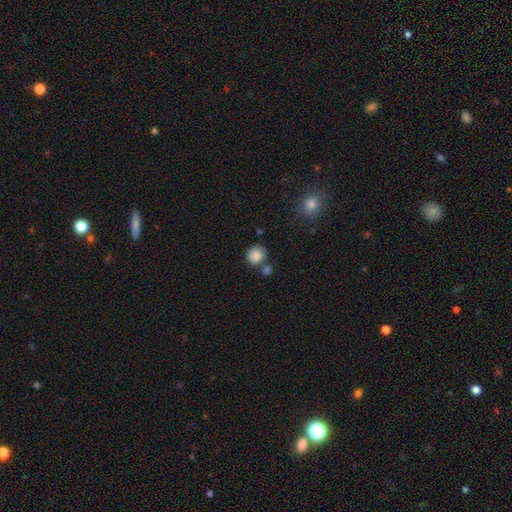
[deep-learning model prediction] Q: Smooth or featured?
A: smooth (87%); runner-up: star or artifact (9%)
Q: How rounded?
A: round (85%); runner-up: in between (14%)
Q: Merging?
A: none (70%); runner-up: merger (15%)